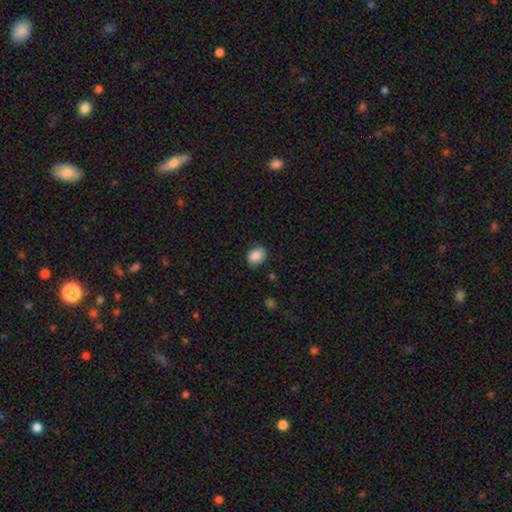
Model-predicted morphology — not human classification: type=smooth (88%); roundness=in between (68%); merging=none (84%).